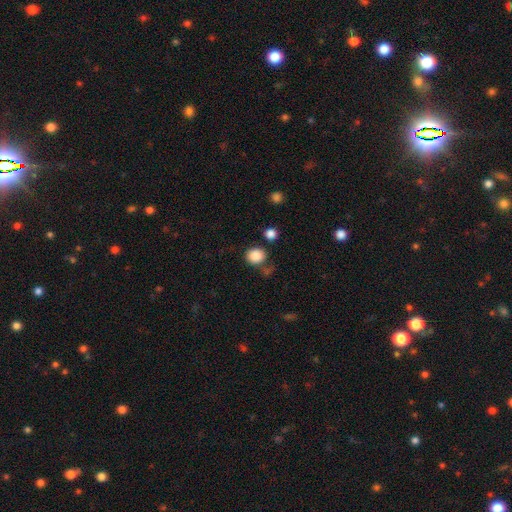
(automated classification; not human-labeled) Morphology: type=smooth (87%); roundness=round (78%); merging=none (74%).